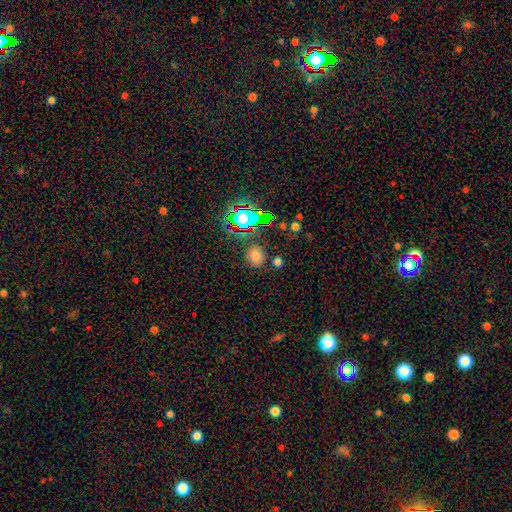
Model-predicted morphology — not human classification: type=smooth (70%); roundness=round (72%); merging=none (82%).